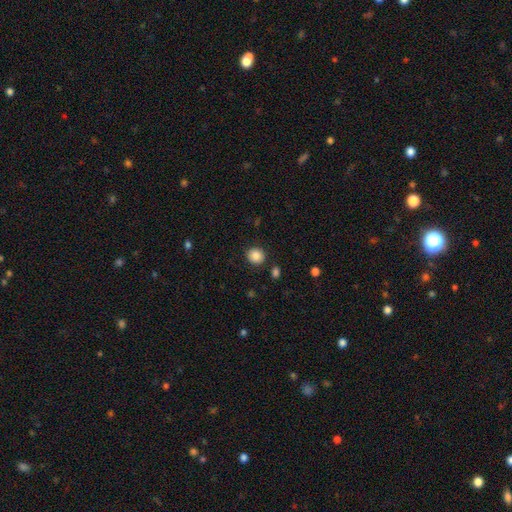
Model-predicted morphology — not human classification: Smooth or featured? Predicted: smooth (p=0.86). How rounded? Predicted: round (p=0.85). Merging? Predicted: none (p=0.87).